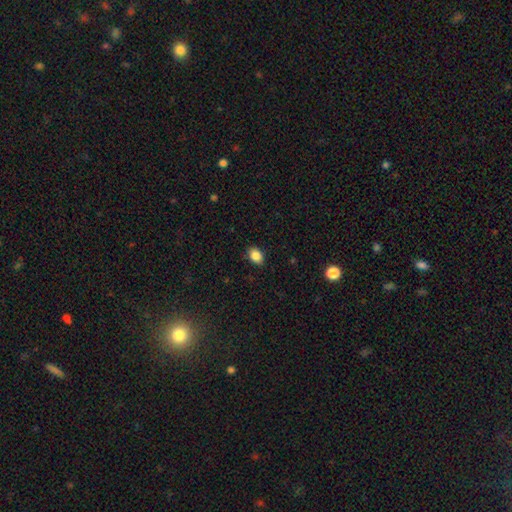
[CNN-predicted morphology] Q: Smooth or featured?
A: smooth (87%); runner-up: star or artifact (9%)
Q: How rounded?
A: in between (78%); runner-up: round (21%)
Q: Merging?
A: none (87%); runner-up: minor disturbance (10%)